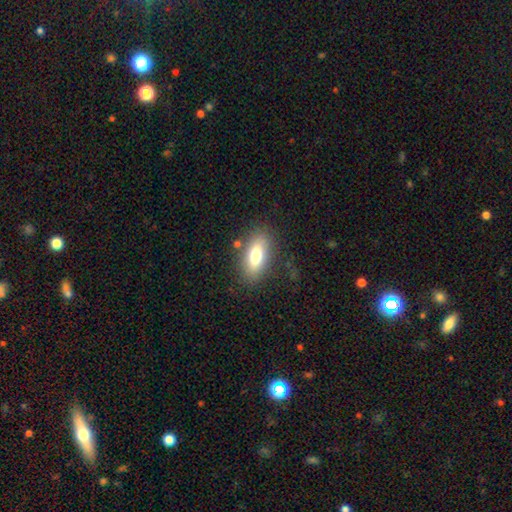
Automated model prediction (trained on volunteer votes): smooth_or_featured: smooth (p=0.74) [alt: featured or disk p=0.18]
how_rounded: in between (p=0.83) [alt: cigar-shaped p=0.14]
merging: none (p=0.81) [alt: minor disturbance p=0.12]